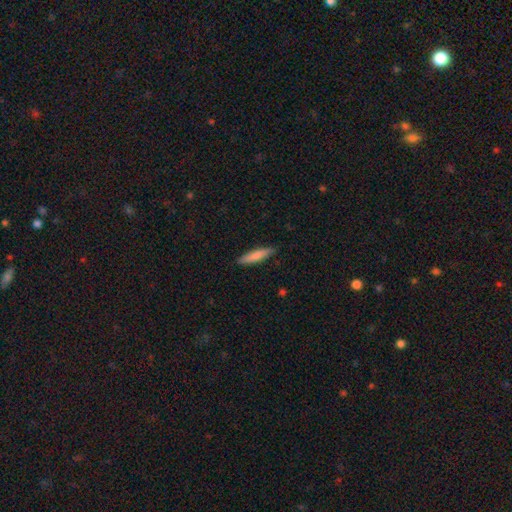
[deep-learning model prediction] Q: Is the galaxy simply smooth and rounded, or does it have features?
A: smooth — 81%.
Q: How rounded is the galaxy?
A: cigar-shaped — 84%.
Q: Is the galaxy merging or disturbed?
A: none — 88%.